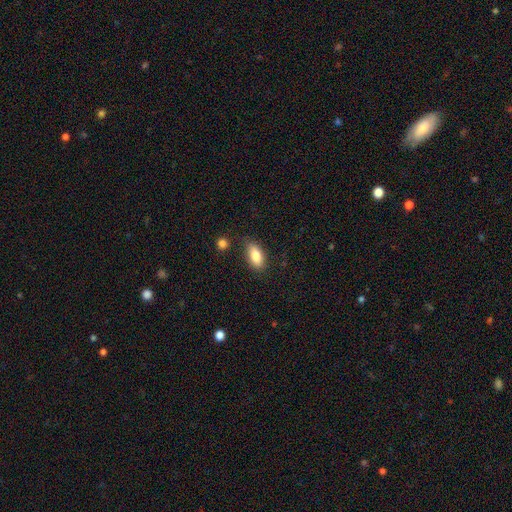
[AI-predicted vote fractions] smooth 83%, featured or disk 9%, star or artifact 7%. Down the decision tree: how rounded — in between (88%); merging — none (79%).